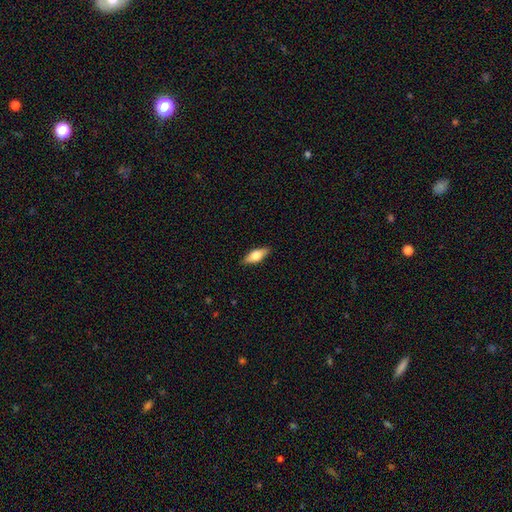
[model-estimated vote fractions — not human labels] smooth-or-featured: smooth: 62% | featured or disk: 32% | star or artifact: 6%
  how-rounded: in between: 74% | cigar-shaped: 23% | round: 3%
  merging: none: 88% | minor disturbance: 9% | major disturbance: 2% | merger: 1%